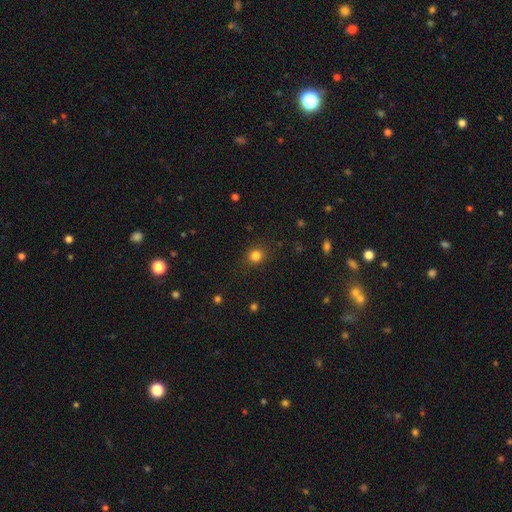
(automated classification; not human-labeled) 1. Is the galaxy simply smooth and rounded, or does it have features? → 82% smooth, 13% star or artifact, 5% featured or disk.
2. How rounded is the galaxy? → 81% round, 18% in between, 1% cigar-shaped.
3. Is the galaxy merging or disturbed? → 88% none, 8% minor disturbance, 3% major disturbance, 1% merger.